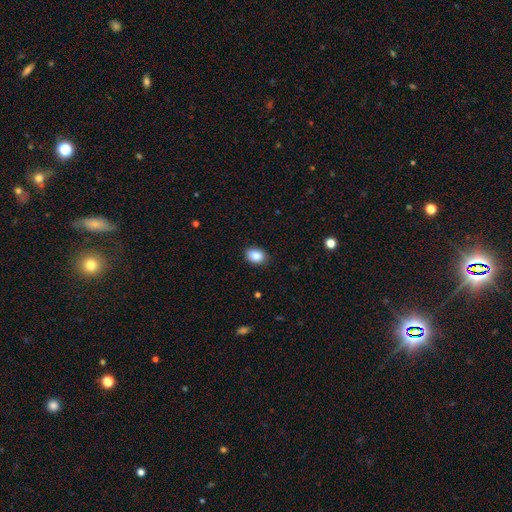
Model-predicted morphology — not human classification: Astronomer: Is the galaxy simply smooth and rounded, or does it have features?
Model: smooth — 87%.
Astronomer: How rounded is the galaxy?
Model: in between — 69%.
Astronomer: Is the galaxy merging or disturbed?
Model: none — 88%.